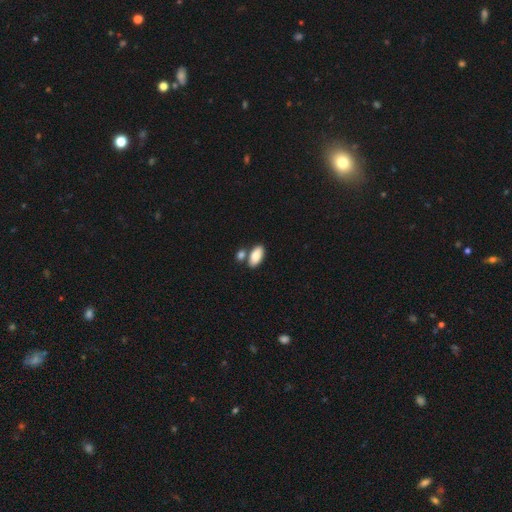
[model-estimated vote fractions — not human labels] Smooth or featured? smooth (86%)
How rounded? in between (93%)
Merging? none (62%)